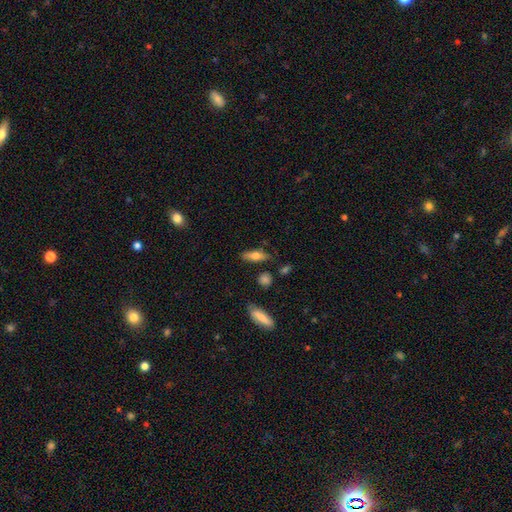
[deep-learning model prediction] smooth_or_featured: smooth (p=0.67) [alt: featured or disk p=0.26]
how_rounded: in between (p=0.52) [alt: cigar-shaped p=0.44]
merging: none (p=0.77) [alt: minor disturbance p=0.16]